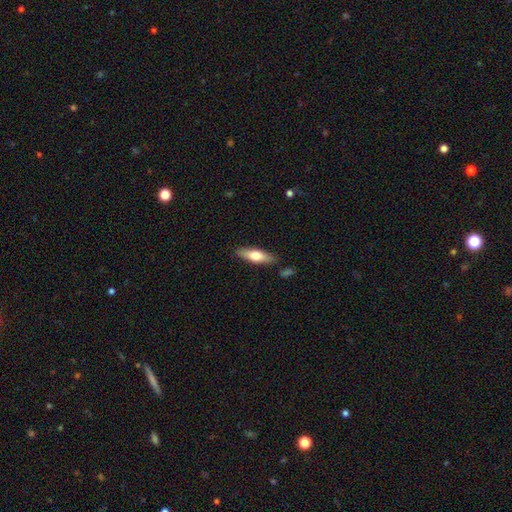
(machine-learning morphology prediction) A smooth galaxy with no disk features (61%) that is cigar-shaped (51%).

Vote fractions:
- Smooth or featured? smooth: 61% / featured or disk: 33% / star or artifact: 6%
- How rounded? cigar-shaped: 51% / in between: 47% / round: 2%
- Merging? none: 84% / minor disturbance: 11% / merger: 3% / major disturbance: 2%